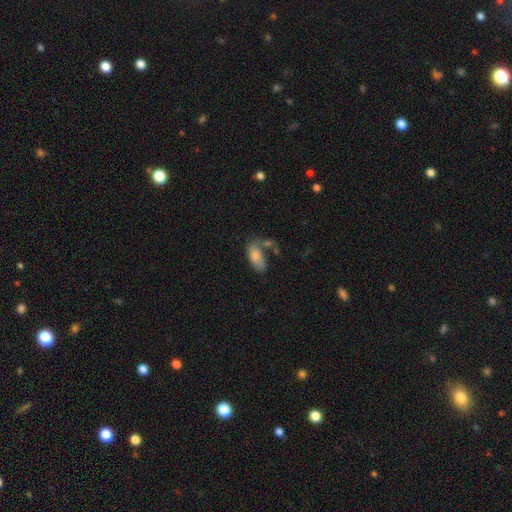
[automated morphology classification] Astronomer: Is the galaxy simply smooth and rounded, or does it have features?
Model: smooth — 74%.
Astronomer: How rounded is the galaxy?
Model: in between — 89%.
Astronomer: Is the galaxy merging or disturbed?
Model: none — 35% (runner-up: merger, 28%).